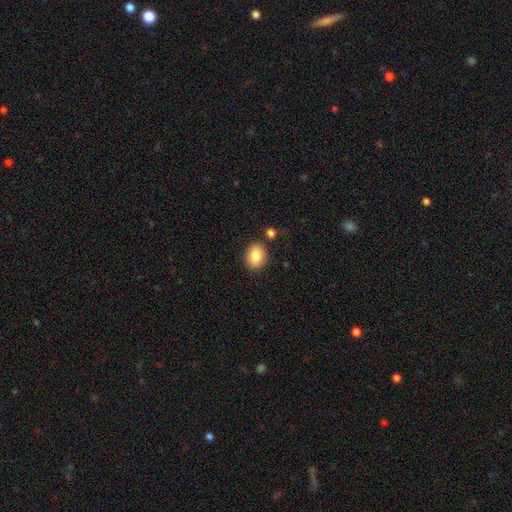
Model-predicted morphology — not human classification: Smooth or featured?
  - smooth: 84% *
  - star or artifact: 8%
  - featured or disk: 8%
How rounded?
  - in between: 53% *
  - round: 46%
  - cigar-shaped: 1%
Merging?
  - none: 83% *
  - minor disturbance: 9%
  - merger: 6%
  - major disturbance: 2%